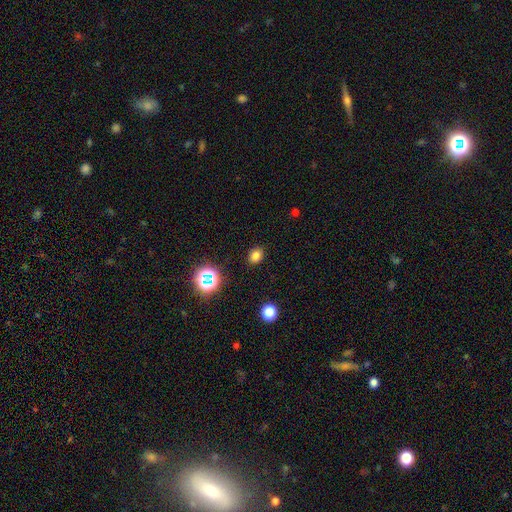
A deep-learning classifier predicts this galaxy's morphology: Smooth or featured? smooth (77%)
How rounded? round (51%)
Merging? none (88%)